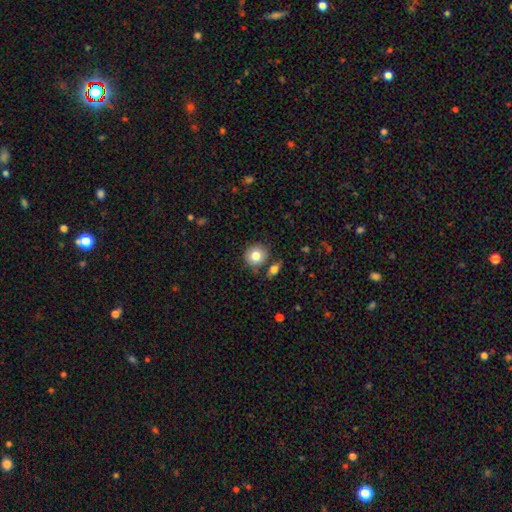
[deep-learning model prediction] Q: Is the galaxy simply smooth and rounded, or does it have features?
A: smooth — 81%.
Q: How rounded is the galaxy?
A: round — 86%.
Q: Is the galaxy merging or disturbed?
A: none — 77%.